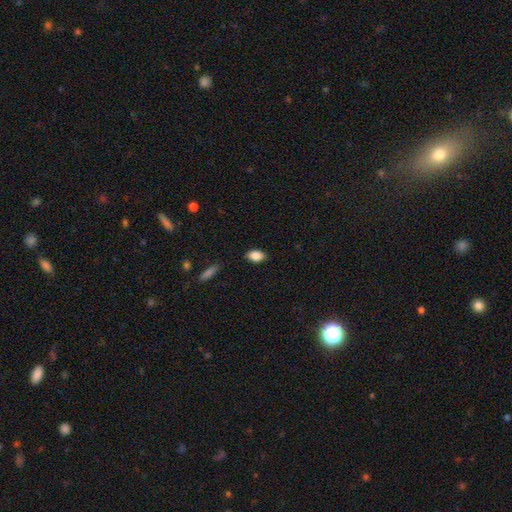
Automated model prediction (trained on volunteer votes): Smooth or featured?
  - smooth: 86% *
  - star or artifact: 8%
  - featured or disk: 7%
How rounded?
  - in between: 86% *
  - round: 12%
  - cigar-shaped: 2%
Merging?
  - none: 86% *
  - minor disturbance: 11%
  - major disturbance: 2%
  - merger: 1%